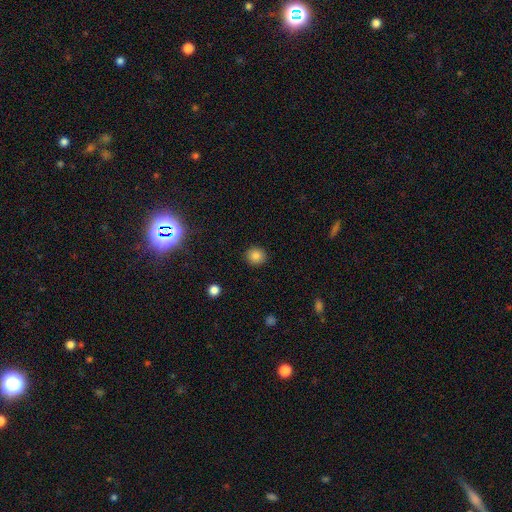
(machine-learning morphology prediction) Smooth or featured: smooth — 83% (star or artifact — 11%)
How rounded: round — 84% (in between — 15%)
Merging: none — 90% (minor disturbance — 7%)